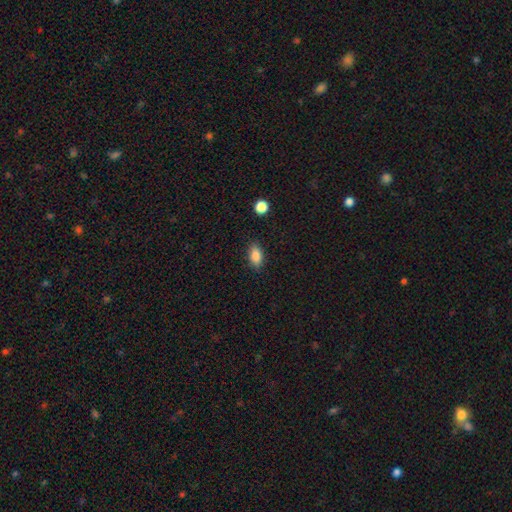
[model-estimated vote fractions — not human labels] Q: Smooth or featured?
A: smooth (84%); runner-up: star or artifact (9%)
Q: How rounded?
A: in between (87%); runner-up: round (8%)
Q: Merging?
A: none (86%); runner-up: minor disturbance (10%)